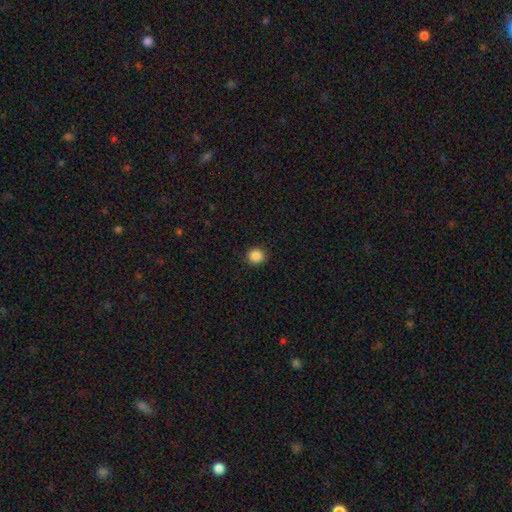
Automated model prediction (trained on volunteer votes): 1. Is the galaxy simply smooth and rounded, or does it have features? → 87% smooth, 10% star or artifact, 3% featured or disk.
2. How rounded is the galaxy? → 84% round, 15% in between, 1% cigar-shaped.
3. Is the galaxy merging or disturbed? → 91% none, 6% minor disturbance, 2% major disturbance, 1% merger.